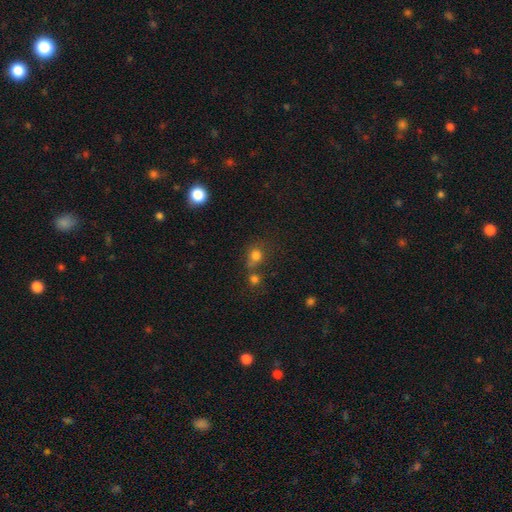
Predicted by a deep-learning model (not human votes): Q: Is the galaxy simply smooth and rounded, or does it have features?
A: smooth — 76%.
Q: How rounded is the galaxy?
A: round — 78%.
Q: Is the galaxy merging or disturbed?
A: none — 48%.